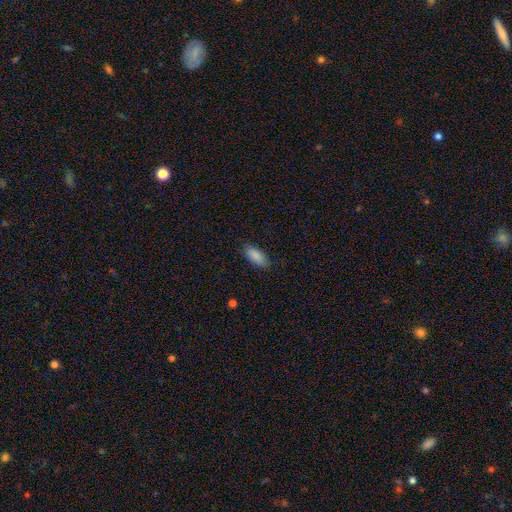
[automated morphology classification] type=smooth (89%); roundness=in between (84%); merging=none (86%).